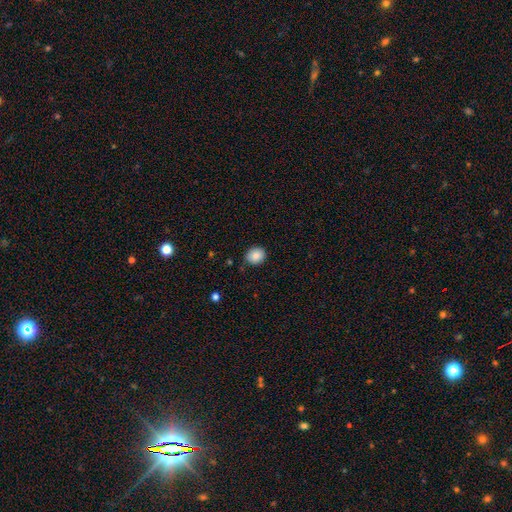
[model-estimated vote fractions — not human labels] This appears to be a smooth galaxy with no disk features (88%) that is round (68%). Merging: none (82%).